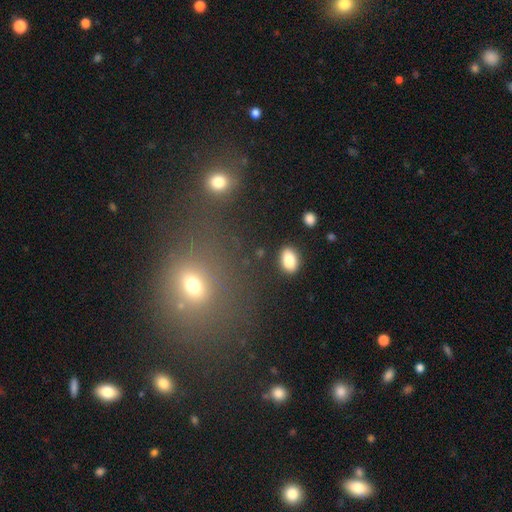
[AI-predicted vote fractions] Smooth or featured? Predicted: star or artifact (p=0.46).